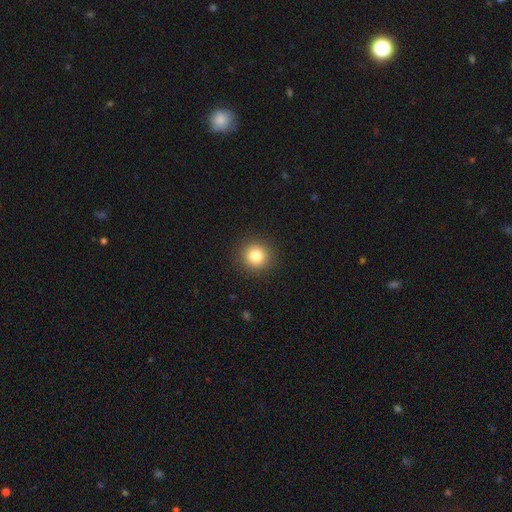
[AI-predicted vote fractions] The model was most divided on "smooth or featured": smooth: 82%, star or artifact: 11%, featured or disk: 7%. More confident: how rounded — round (94%); merging — none (92%).